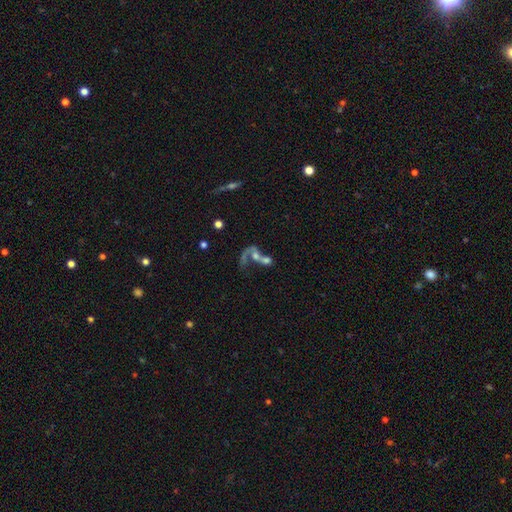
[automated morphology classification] smooth_or_featured: featured or disk (p=0.54) [alt: smooth p=0.33]
disk_edge_on: no (p=0.94) [alt: yes p=0.06]
bar: no (p=0.73) [alt: weak p=0.20]
has_spiral_arms: yes (p=0.59) [alt: no p=0.41]
bulge_size: moderate (p=0.35) [alt: none p=0.22]
merging: merger (p=0.69) [alt: major disturbance p=0.15]